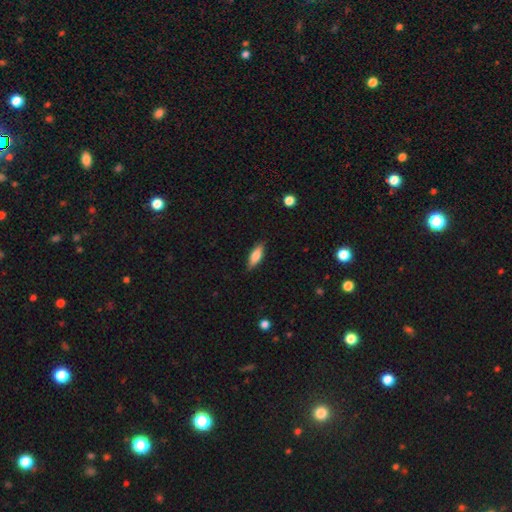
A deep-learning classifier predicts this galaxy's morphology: This is likely a smooth galaxy (77%). How rounded: likely in between (66%). Merging: clearly none (86%).